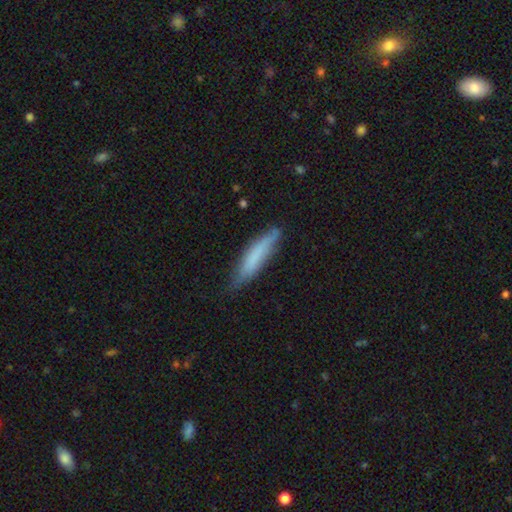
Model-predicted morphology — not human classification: A smooth galaxy with no disk features (70%) that is cigar-shaped (85%).

Vote fractions:
- Smooth or featured? smooth: 70% / featured or disk: 24% / star or artifact: 7%
- How rounded? cigar-shaped: 85% / in between: 14% / round: 1%
- Merging? none: 68% / minor disturbance: 26% / major disturbance: 4% / merger: 2%